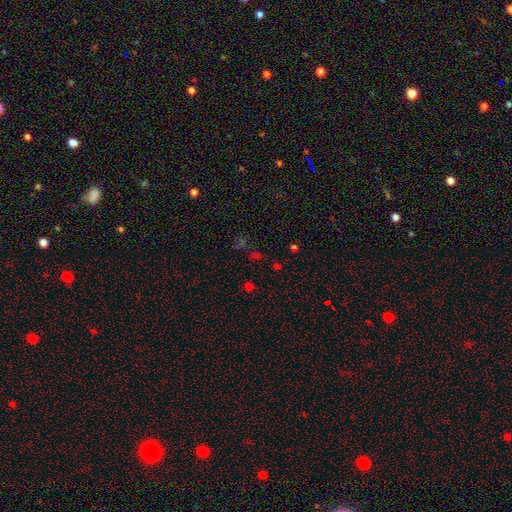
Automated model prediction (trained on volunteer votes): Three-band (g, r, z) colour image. It shows a star or artifact, not a galaxy (56%).